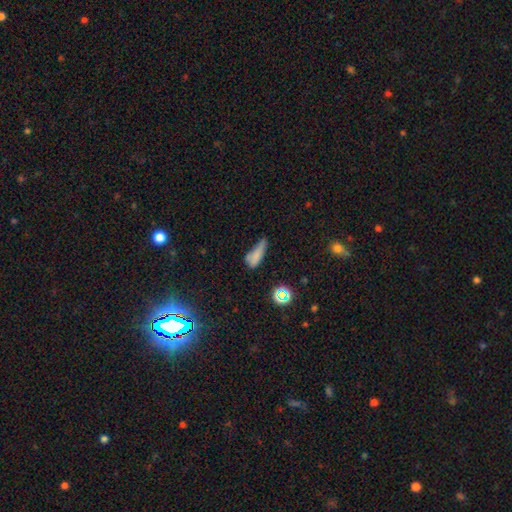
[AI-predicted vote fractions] Morphology: type=smooth (71%); roundness=in between (49%); merging=minor disturbance (39%).